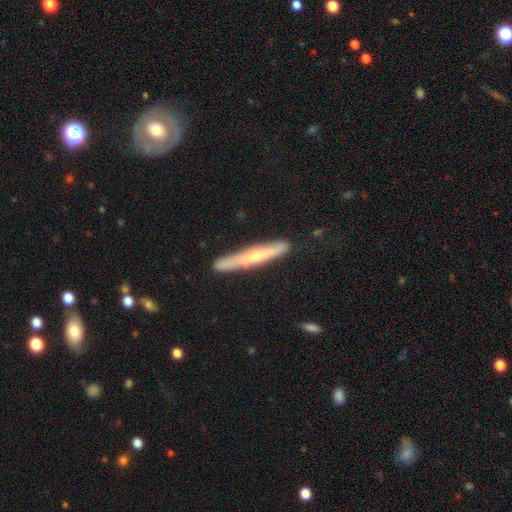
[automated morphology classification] featured or disk 57%, smooth 37%, star or artifact 6%. Down the decision tree: edge-on disk — yes (93%); edge-on bulge — rounded (64%); merging — none (86%).